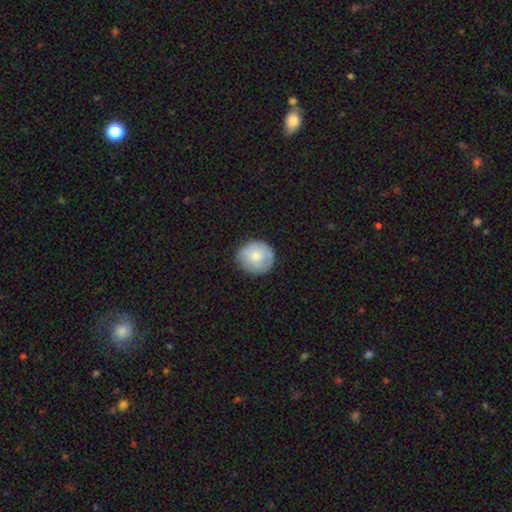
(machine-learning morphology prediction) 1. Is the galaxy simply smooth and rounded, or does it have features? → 71% smooth, 22% featured or disk, 7% star or artifact.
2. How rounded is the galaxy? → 90% round, 9% in between, 1% cigar-shaped.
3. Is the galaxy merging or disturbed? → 77% none, 18% minor disturbance, 4% major disturbance, 1% merger.